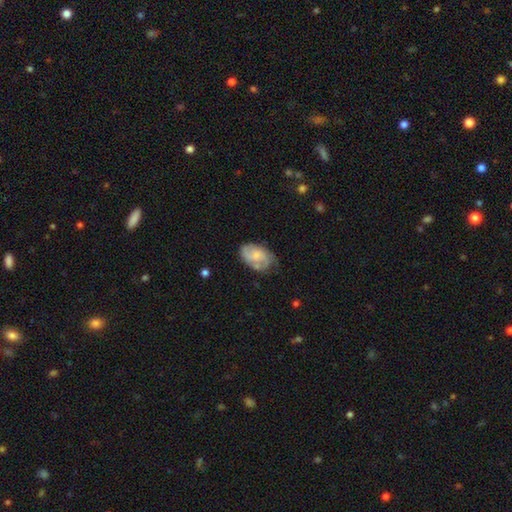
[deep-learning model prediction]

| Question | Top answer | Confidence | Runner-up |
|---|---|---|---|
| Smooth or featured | featured or disk | 56% | smooth (37%) |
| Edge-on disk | no | 97% | yes (3%) |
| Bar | no | 70% | weak (26%) |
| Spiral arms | yes | 84% | no (16%) |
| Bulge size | small | 47% | moderate (31%) |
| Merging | none | 58% | minor disturbance (29%) |